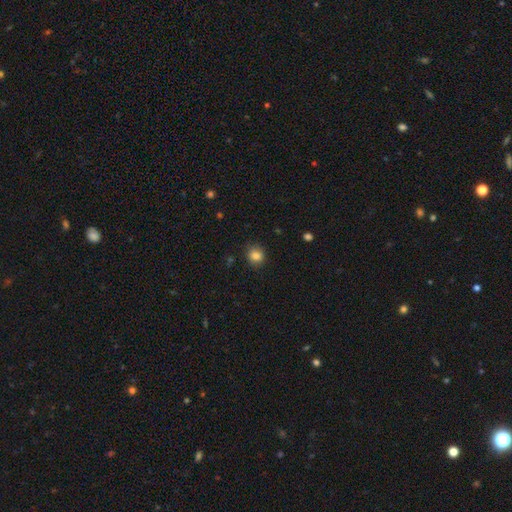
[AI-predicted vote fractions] This is clearly a smooth galaxy (84%). How rounded: clearly round (80%). Merging: clearly none (84%).